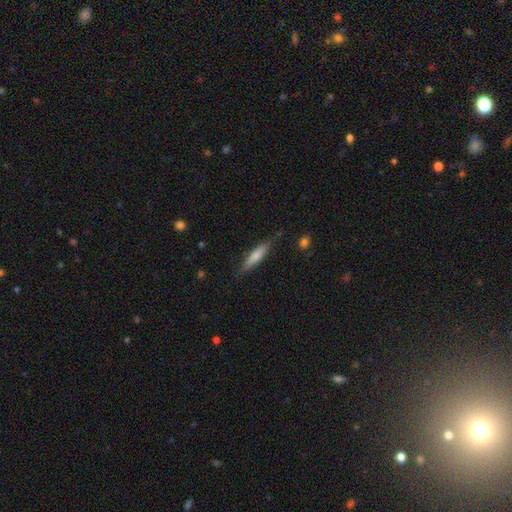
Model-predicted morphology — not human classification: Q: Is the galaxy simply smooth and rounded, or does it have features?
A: smooth — 73%.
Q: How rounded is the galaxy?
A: cigar-shaped — 82%.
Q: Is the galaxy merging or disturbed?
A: none — 82%.